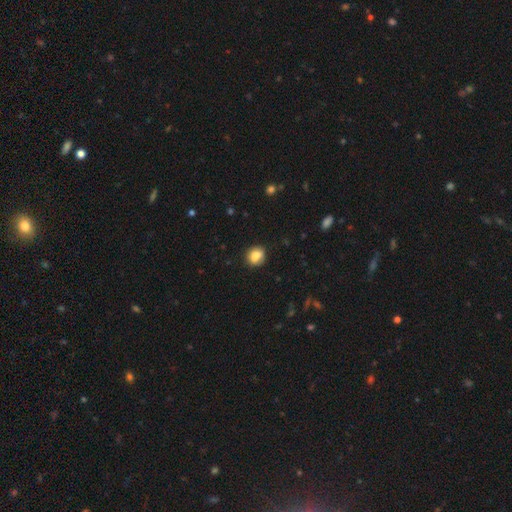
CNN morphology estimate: Smooth or featured?
  - smooth: 83% *
  - star or artifact: 9%
  - featured or disk: 8%
How rounded?
  - round: 71% *
  - in between: 28%
  - cigar-shaped: 1%
Merging?
  - none: 80% *
  - minor disturbance: 14%
  - major disturbance: 3%
  - merger: 3%